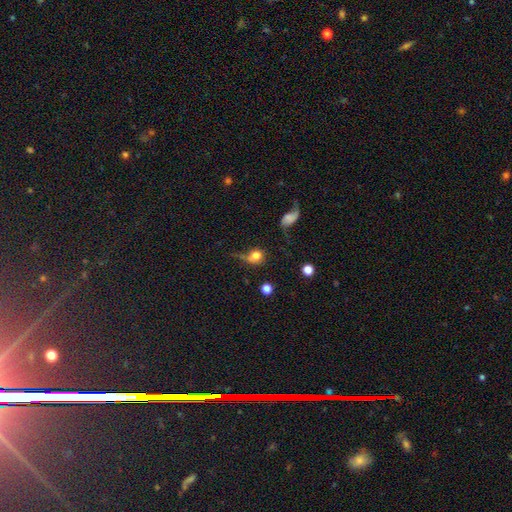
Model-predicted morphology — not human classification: Q: Smooth or featured?
A: smooth (72%); runner-up: featured or disk (16%)
Q: How rounded?
A: round (80%); runner-up: in between (17%)
Q: Merging?
A: none (43%); runner-up: major disturbance (22%)